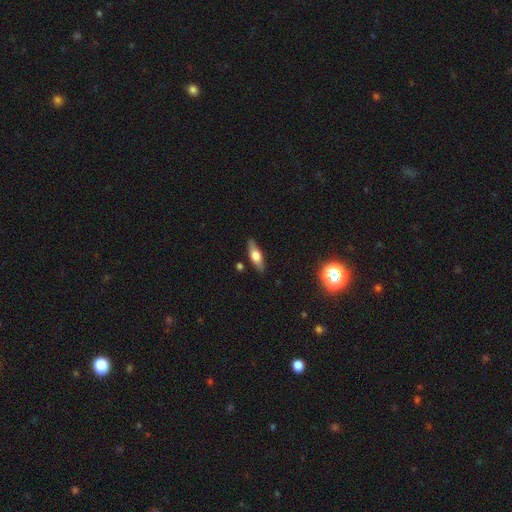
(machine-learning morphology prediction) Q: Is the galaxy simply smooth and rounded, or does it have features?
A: smooth — 53%.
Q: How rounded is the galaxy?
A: in between — 58%.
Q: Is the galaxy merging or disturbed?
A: none — 85%.